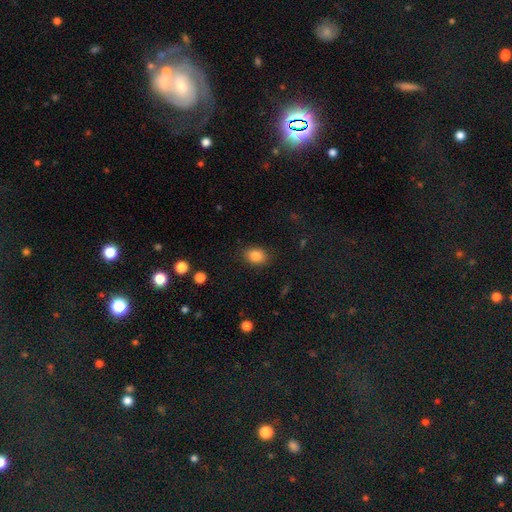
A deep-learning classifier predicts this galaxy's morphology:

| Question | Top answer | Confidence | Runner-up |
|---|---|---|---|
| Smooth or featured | smooth | 85% | star or artifact (10%) |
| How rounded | in between | 67% | round (32%) |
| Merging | none | 86% | minor disturbance (10%) |